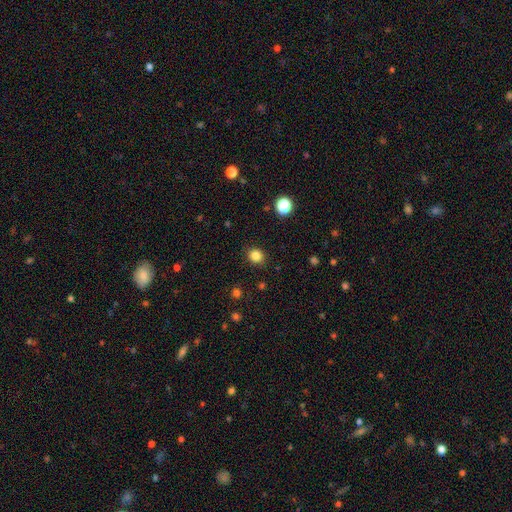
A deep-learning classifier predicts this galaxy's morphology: Smooth or featured: smooth — 84% (star or artifact — 12%)
How rounded: round — 79% (in between — 20%)
Merging: none — 89% (minor disturbance — 7%)